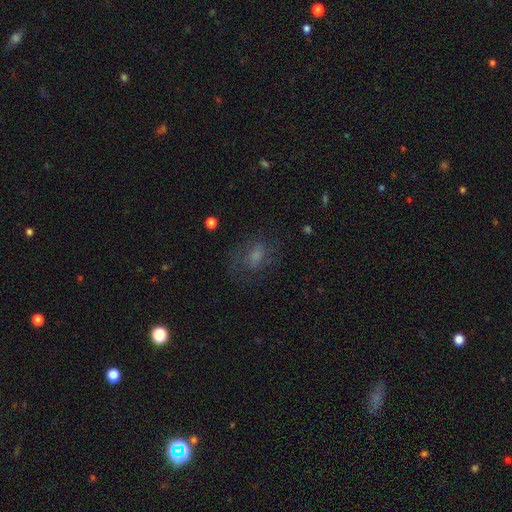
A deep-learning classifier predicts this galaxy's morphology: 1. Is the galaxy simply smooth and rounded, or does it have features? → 42% smooth, 35% featured or disk, 23% star or artifact.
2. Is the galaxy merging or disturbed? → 64% none, 18% minor disturbance, 16% major disturbance, 2% merger.